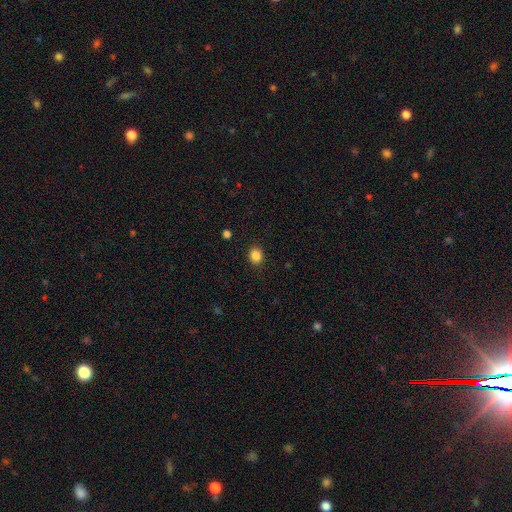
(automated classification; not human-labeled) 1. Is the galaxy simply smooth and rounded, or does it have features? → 85% smooth, 11% star or artifact, 4% featured or disk.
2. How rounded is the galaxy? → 67% round, 33% in between, 1% cigar-shaped.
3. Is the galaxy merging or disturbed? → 90% none, 7% minor disturbance, 2% major disturbance, 1% merger.